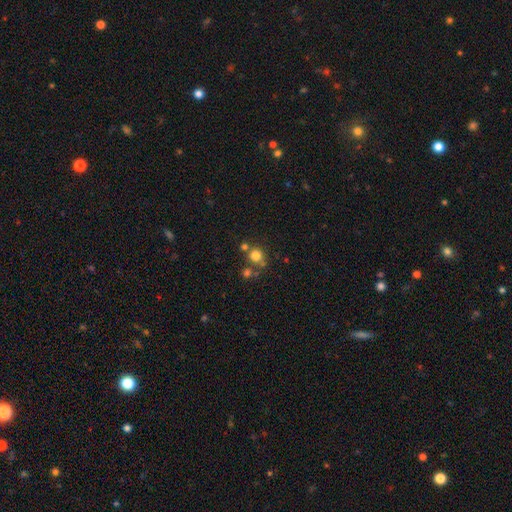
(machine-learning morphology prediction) This is likely a smooth galaxy (76%). How rounded: clearly round (88%). Merging: likely none (63%).